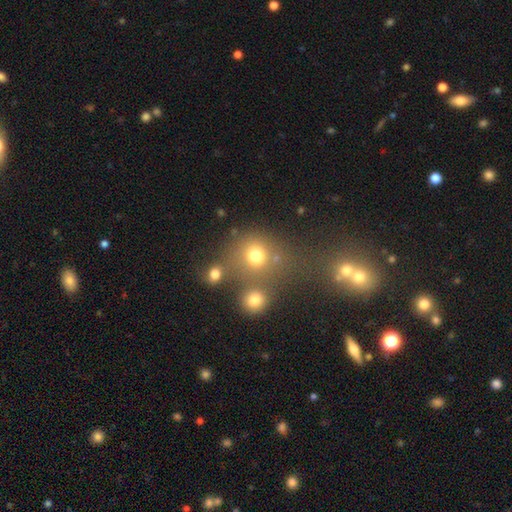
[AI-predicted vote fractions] A smooth galaxy with no disk features (74%) that is round (85%). Merging: none (58%).